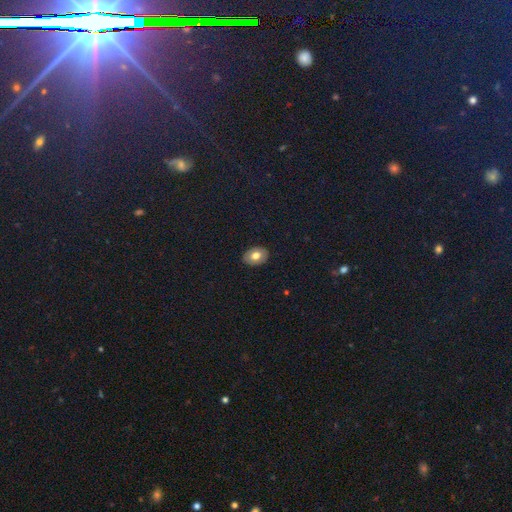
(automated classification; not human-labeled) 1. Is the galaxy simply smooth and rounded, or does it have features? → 70% smooth, 22% featured or disk, 8% star or artifact.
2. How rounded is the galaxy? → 77% in between, 22% round, 1% cigar-shaped.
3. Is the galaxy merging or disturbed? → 88% none, 9% minor disturbance, 2% major disturbance, 1% merger.